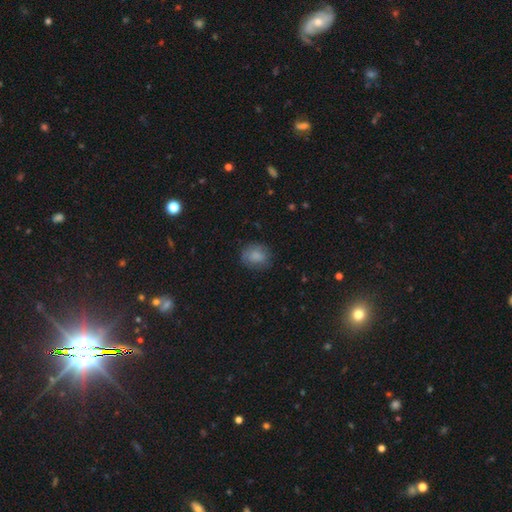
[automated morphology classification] This is likely a smooth galaxy (78%). How rounded: possibly round (60%). Merging: likely none (73%).